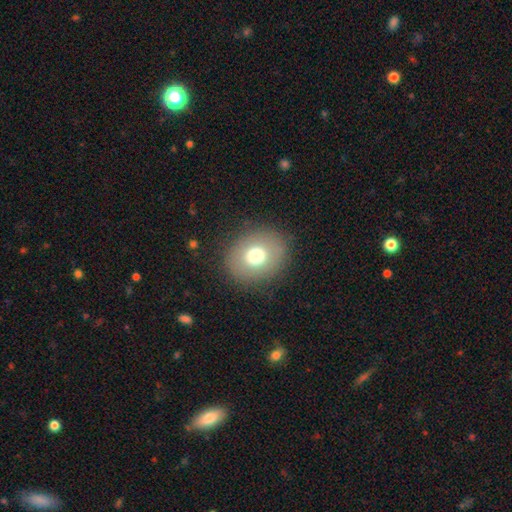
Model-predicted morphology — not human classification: type=smooth (73%); roundness=round (68%); merging=none (87%).